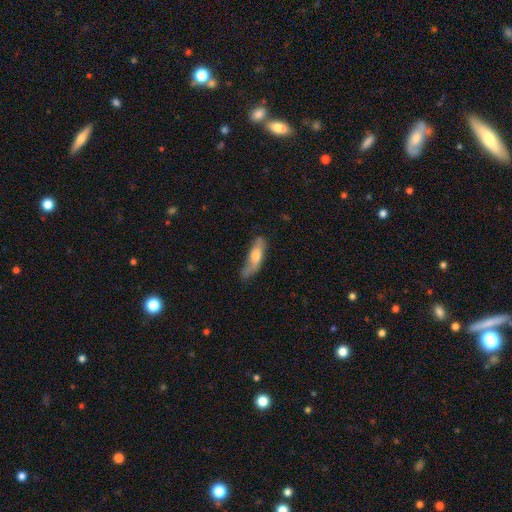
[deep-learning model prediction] The model was most divided on "how rounded": cigar-shaped: 57%, in between: 41%, round: 2%. More confident: smooth or featured — smooth (61%); merging — none (55%).